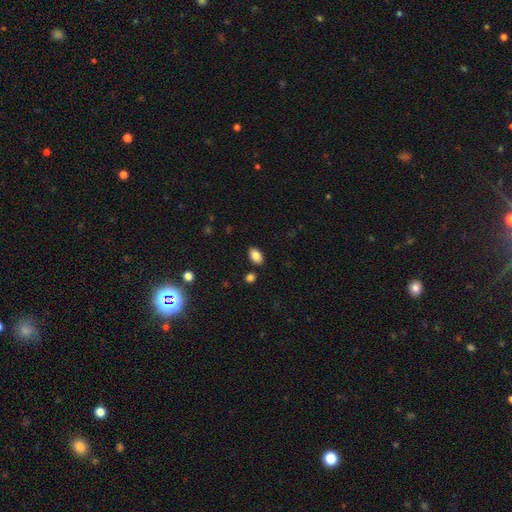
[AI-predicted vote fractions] Morphology: type=smooth (85%); roundness=in between (91%); merging=none (86%).